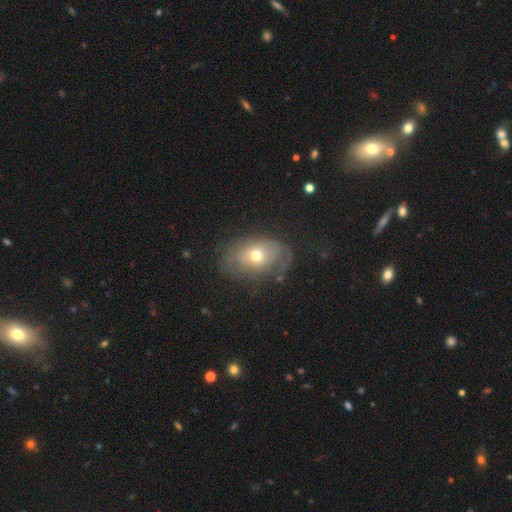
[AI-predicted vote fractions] Overall: smooth (52%; featured or disk 37%). How rounded: in between (75%). Merging: none (56%; minor disturbance 26%).